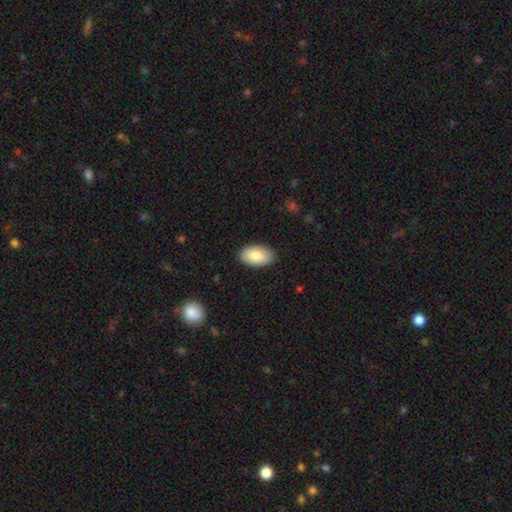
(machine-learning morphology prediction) Smooth or featured? smooth (86%)
How rounded? in between (95%)
Merging? none (88%)